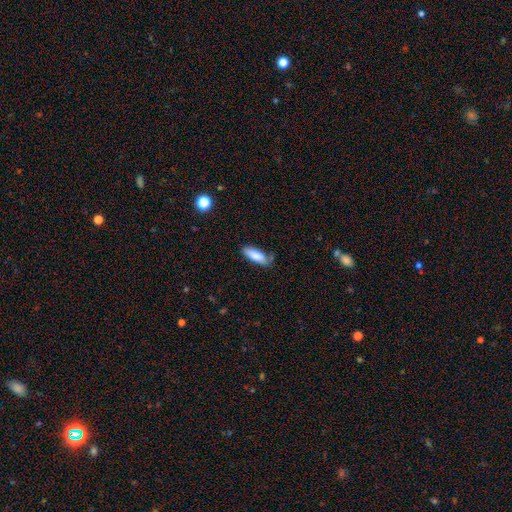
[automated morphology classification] This is clearly a smooth galaxy (84%). How rounded: likely in between (60%). Merging: likely none (73%).